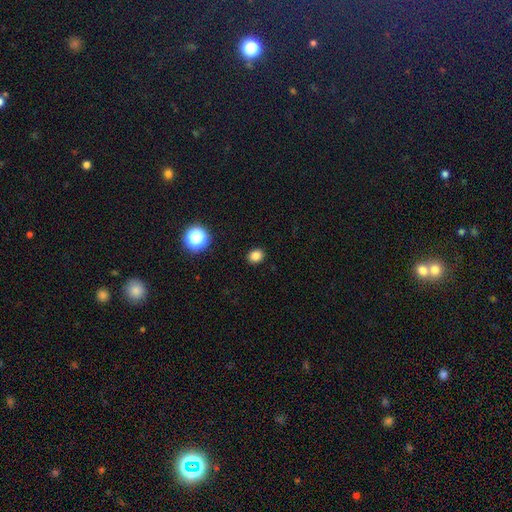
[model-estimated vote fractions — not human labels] Smooth or featured?
  - smooth: 82% *
  - star or artifact: 14%
  - featured or disk: 4%
How rounded?
  - round: 69% *
  - in between: 30%
  - cigar-shaped: 1%
Merging?
  - none: 91% *
  - minor disturbance: 6%
  - major disturbance: 2%
  - merger: 1%